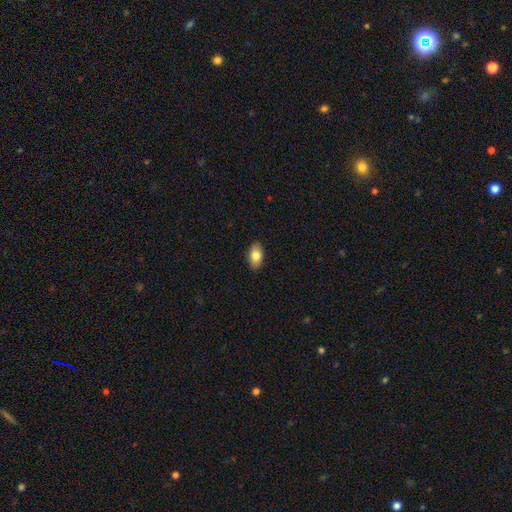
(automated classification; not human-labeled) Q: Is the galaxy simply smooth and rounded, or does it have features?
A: smooth — 81%.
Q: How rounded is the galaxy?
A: in between — 91%.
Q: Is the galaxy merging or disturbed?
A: none — 89%.